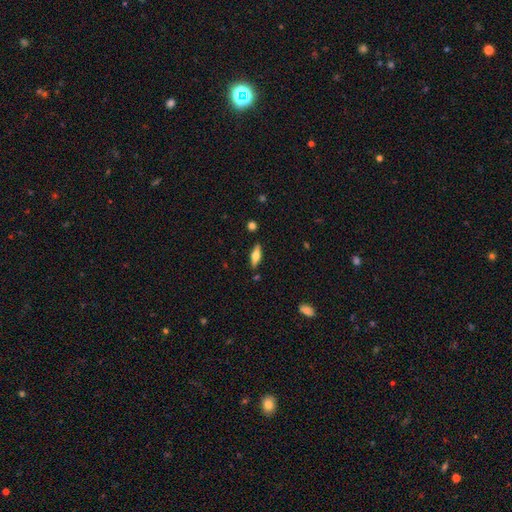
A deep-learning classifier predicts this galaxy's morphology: This is possibly a smooth galaxy (49%). Merging: clearly none (86%).